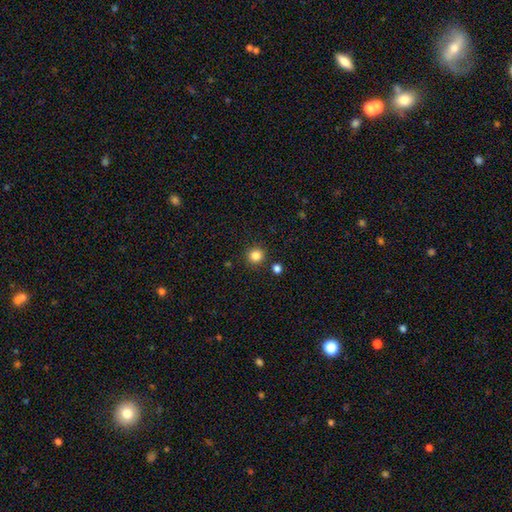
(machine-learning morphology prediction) Smooth or featured?
  - smooth: 84% *
  - star or artifact: 12%
  - featured or disk: 4%
How rounded?
  - round: 93% *
  - in between: 6%
  - cigar-shaped: 1%
Merging?
  - none: 88% *
  - minor disturbance: 6%
  - merger: 4%
  - major disturbance: 2%